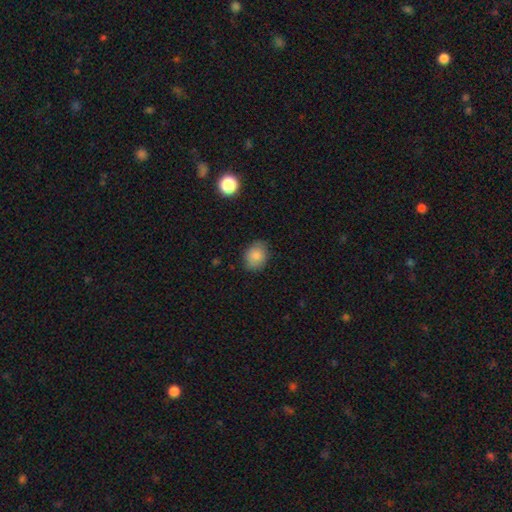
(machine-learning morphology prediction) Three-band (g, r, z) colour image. It shows a smooth galaxy with no disk features (85%) that is in between round and cigar-shaped (54%). Merging: none (78%).